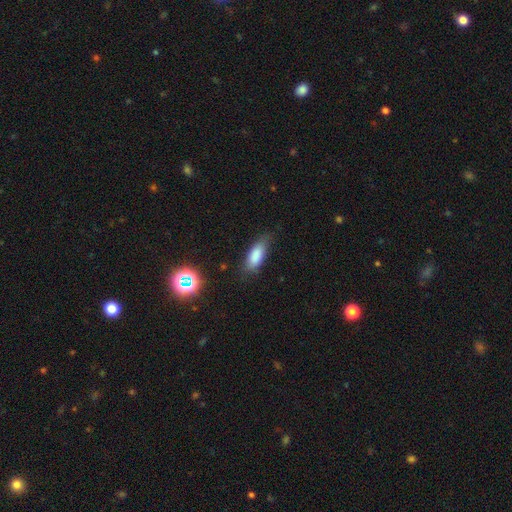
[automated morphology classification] The model was most divided on "merging": none: 69%, minor disturbance: 23%, major disturbance: 6%, merger: 2%. More confident: smooth or featured — smooth (82%); how rounded — in between (75%).